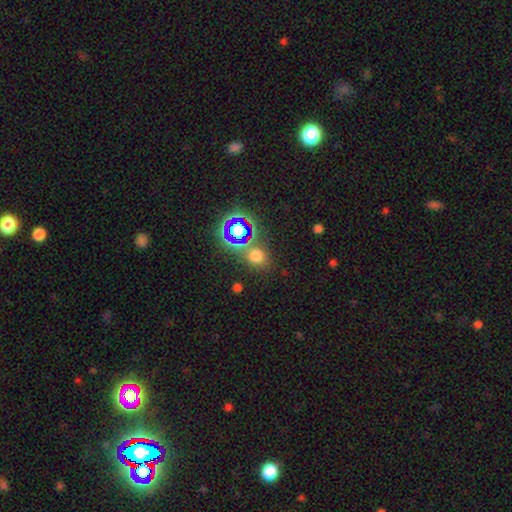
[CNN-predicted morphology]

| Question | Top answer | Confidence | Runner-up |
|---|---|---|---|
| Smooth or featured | smooth | 59% | star or artifact (34%) |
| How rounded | round | 74% | in between (24%) |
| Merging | none | 75% | minor disturbance (11%) |